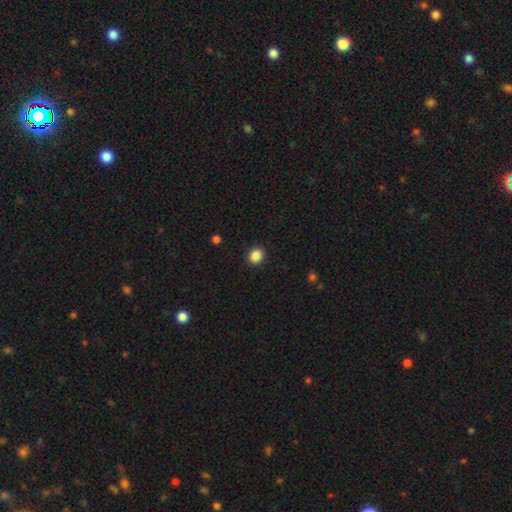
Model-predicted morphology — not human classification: smooth_or_featured: smooth (p=0.88) [alt: star or artifact p=0.09]
how_rounded: round (p=0.65) [alt: in between p=0.34]
merging: none (p=0.92) [alt: minor disturbance p=0.06]